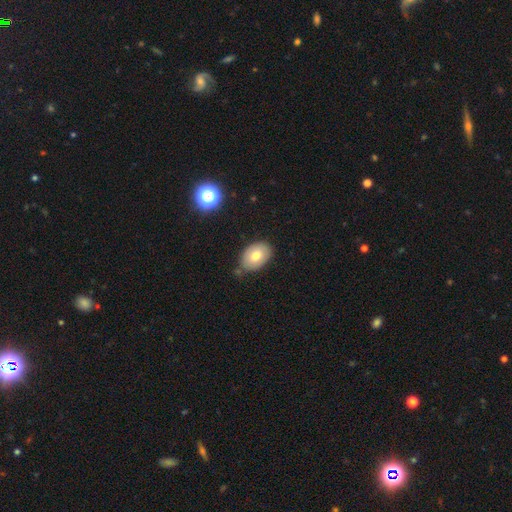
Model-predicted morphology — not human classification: smooth_or_featured: smooth (p=0.76) [alt: featured or disk p=0.16]
how_rounded: in between (p=0.84) [alt: round p=0.15]
merging: none (p=0.73) [alt: minor disturbance p=0.18]